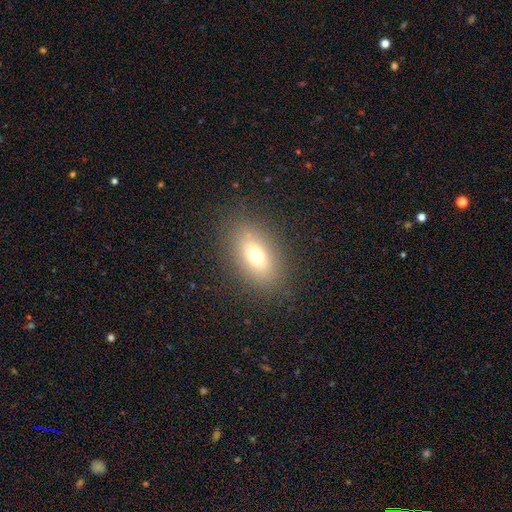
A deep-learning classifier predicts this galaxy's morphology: This is likely a smooth galaxy (69%). How rounded: clearly in between (83%). Merging: clearly none (84%).